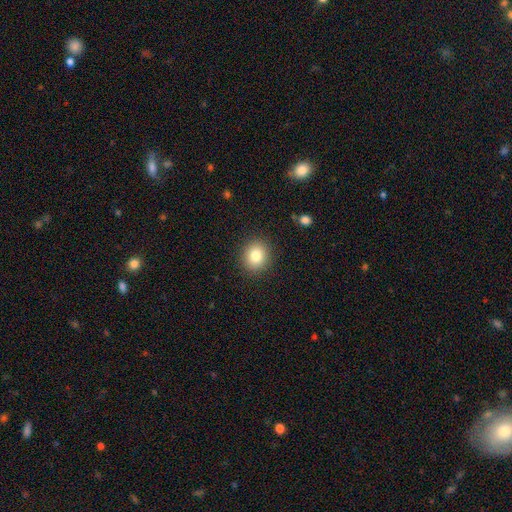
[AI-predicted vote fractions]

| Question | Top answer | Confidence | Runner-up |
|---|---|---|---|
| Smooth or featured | smooth | 82% | star or artifact (10%) |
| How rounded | round | 76% | in between (23%) |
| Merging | none | 90% | minor disturbance (7%) |